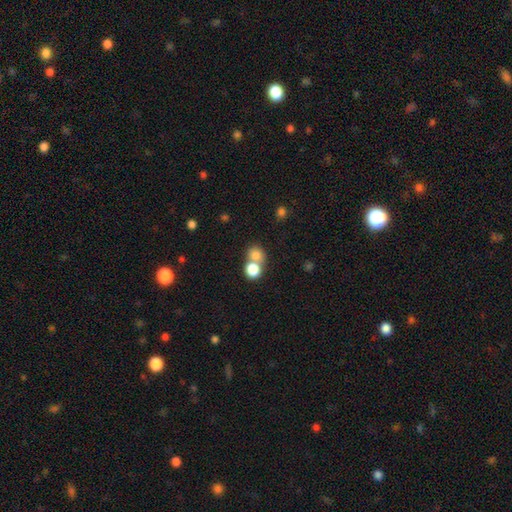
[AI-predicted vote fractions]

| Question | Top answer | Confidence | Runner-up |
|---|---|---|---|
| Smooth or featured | smooth | 79% | star or artifact (12%) |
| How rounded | round | 75% | in between (24%) |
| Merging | merger | 50% | none (40%) |